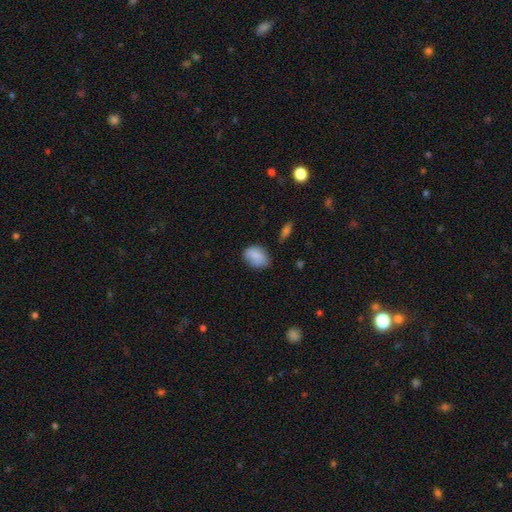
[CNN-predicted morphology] Smooth or featured? Predicted: smooth (p=0.85). How rounded? Predicted: in between (p=0.75). Merging? Predicted: none (p=0.67).